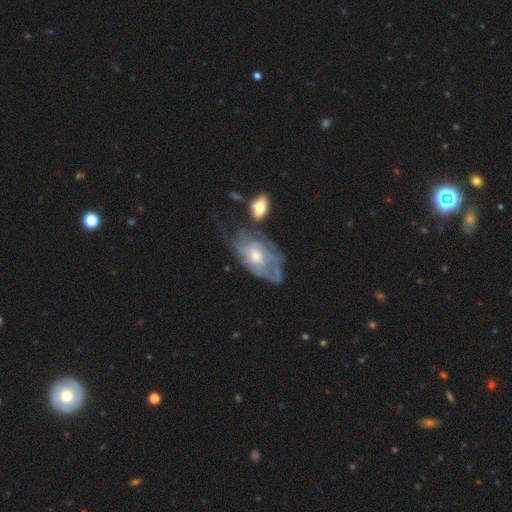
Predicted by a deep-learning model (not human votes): Morphology: type=featured or disk (71%); edge-on=no (93%); bar=no (77%); spiral arms=yes (72%); bulge=moderate (55%); merging=none (38%).